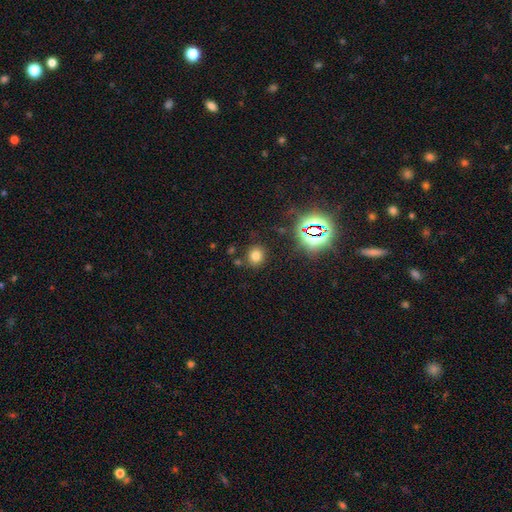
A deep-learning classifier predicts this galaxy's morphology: Q: Smooth or featured?
A: smooth (71%); runner-up: star or artifact (22%)
Q: How rounded?
A: round (78%); runner-up: in between (21%)
Q: Merging?
A: none (83%); runner-up: minor disturbance (9%)